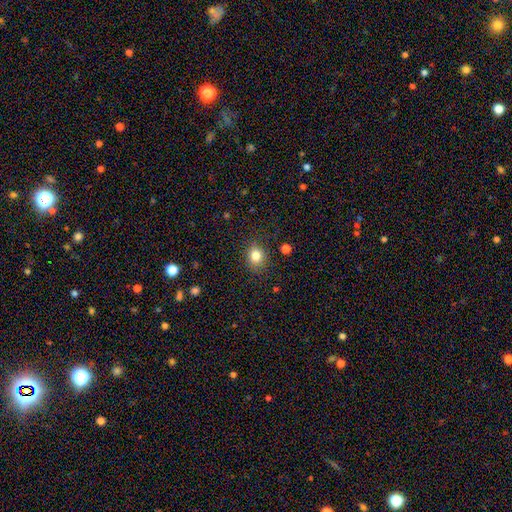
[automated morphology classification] smooth_or_featured: smooth (p=0.81) [alt: star or artifact p=0.12]
how_rounded: round (p=0.72) [alt: in between p=0.27]
merging: none (p=0.86) [alt: minor disturbance p=0.10]